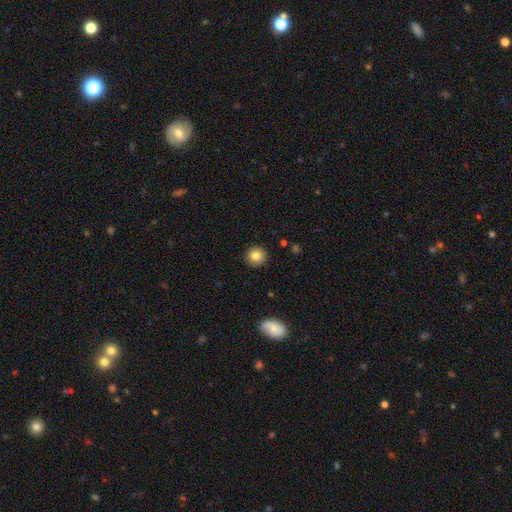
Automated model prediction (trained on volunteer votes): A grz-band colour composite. It shows a smooth galaxy with no disk features (84%) that is round (92%). Merging: none (91%).